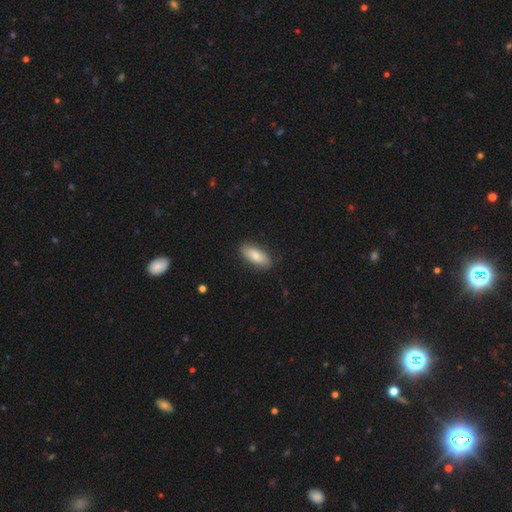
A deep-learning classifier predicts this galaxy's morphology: type=smooth (81%); roundness=in between (81%); merging=none (85%).